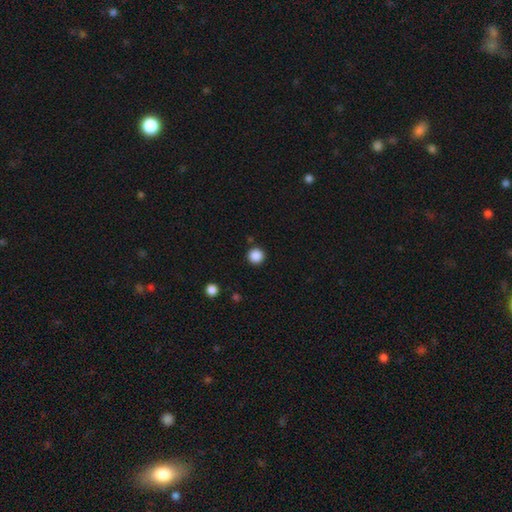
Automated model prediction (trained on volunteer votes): Smooth or featured: smooth — 87% (star or artifact — 10%)
How rounded: round — 96% (in between — 3%)
Merging: none — 91% (minor disturbance — 5%)